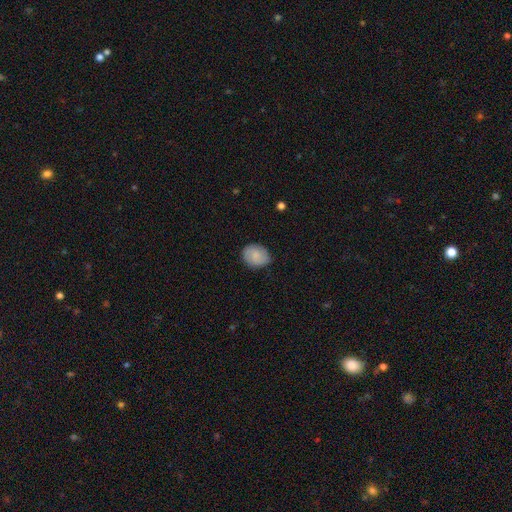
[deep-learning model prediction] Q: Smooth or featured?
A: smooth (74%); runner-up: featured or disk (19%)
Q: How rounded?
A: round (55%); runner-up: in between (44%)
Q: Merging?
A: none (80%); runner-up: minor disturbance (16%)